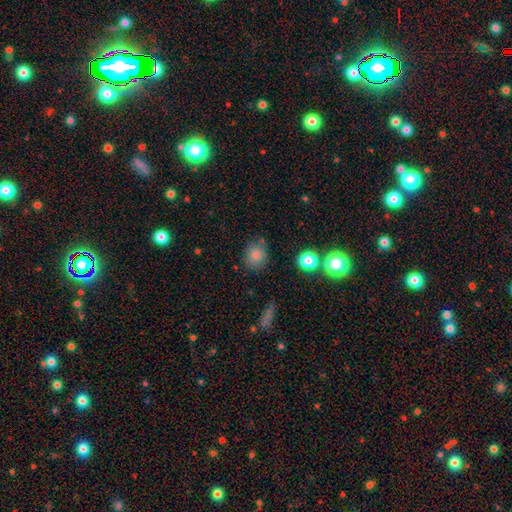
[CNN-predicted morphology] Overall: smooth (82%). How rounded: round (76%). Merging: none (78%).